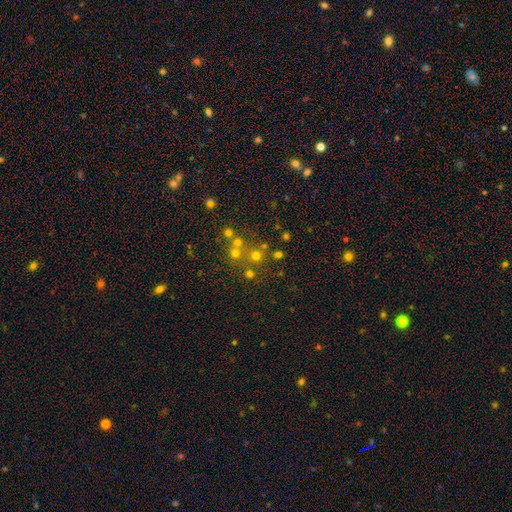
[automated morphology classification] Smooth or featured?
  - smooth: 47% *
  - star or artifact: 37%
  - featured or disk: 15%
Merging?
  - none: 63% *
  - merger: 25%
  - minor disturbance: 8%
  - major disturbance: 4%